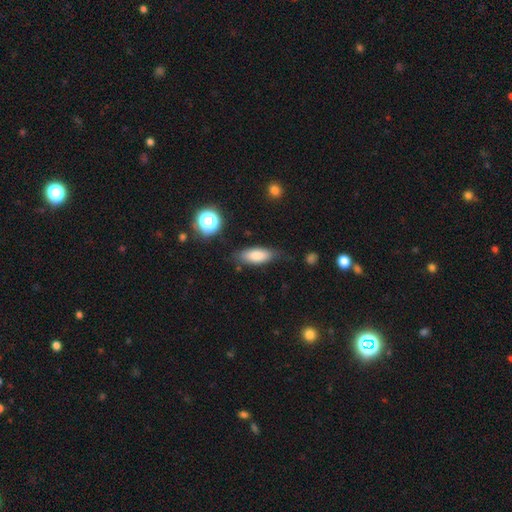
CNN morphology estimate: Smooth or featured?
  - smooth: 80% *
  - featured or disk: 12%
  - star or artifact: 8%
How rounded?
  - in between: 76% *
  - cigar-shaped: 21%
  - round: 3%
Merging?
  - none: 73% *
  - minor disturbance: 19%
  - major disturbance: 5%
  - merger: 3%